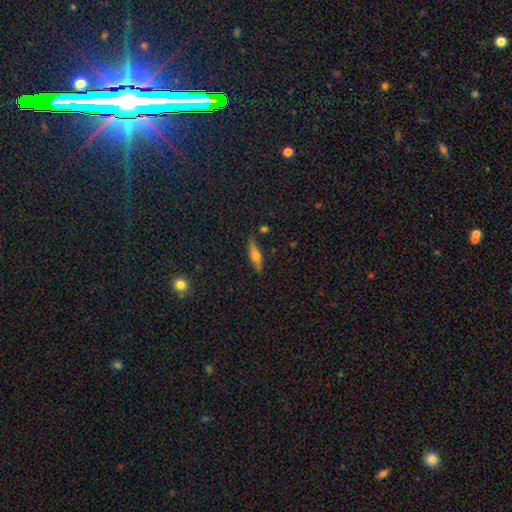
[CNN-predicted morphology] smooth-or-featured: featured or disk: 47% | smooth: 44% | star or artifact: 9%
  merging: none: 81% | minor disturbance: 13% | major disturbance: 3% | merger: 3%